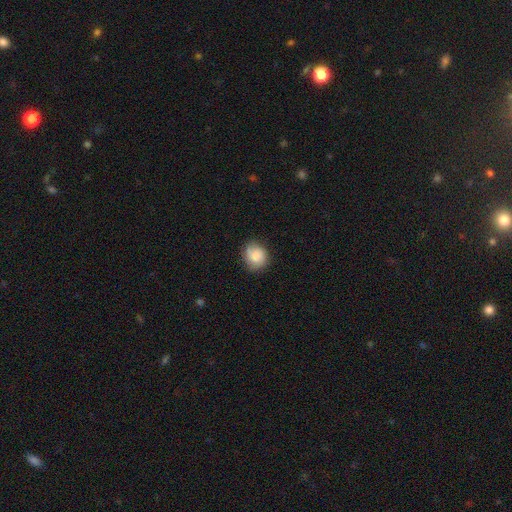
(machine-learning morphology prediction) Smooth or featured: smooth — 78% (featured or disk — 14%)
How rounded: round — 75% (in between — 24%)
Merging: none — 74% (minor disturbance — 20%)